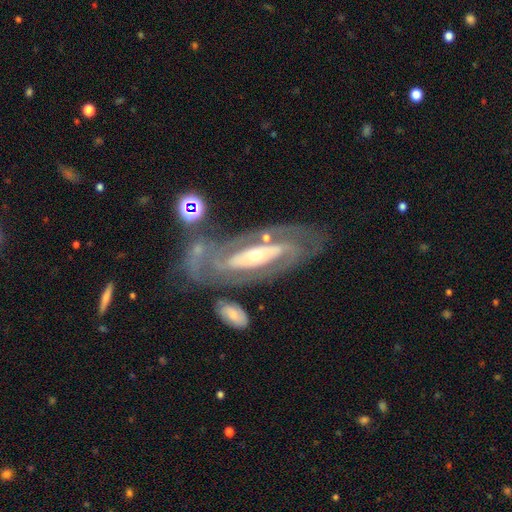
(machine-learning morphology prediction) This is clearly a featured or disk galaxy (85%). It is clearly not viewed edge-on (88%). Bar: marginally no (45%). Spiral arm pattern: clearly yes (82%). Spiral arm count: possibly 2 (58%). Spiral winding: possibly tight (58%). Central bulge: possibly small (52%). Merging: likely none (65%).